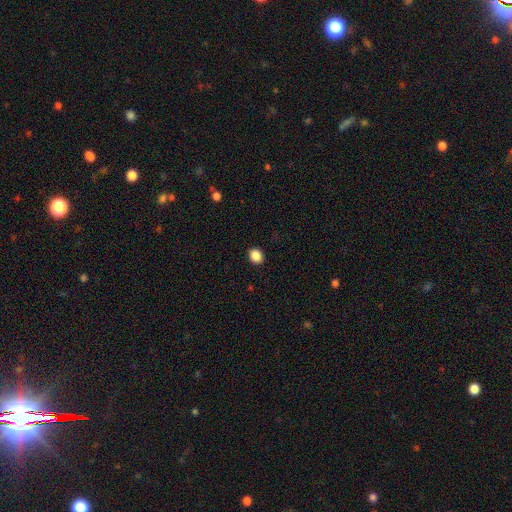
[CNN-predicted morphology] Q: Smooth or featured?
A: smooth (88%); runner-up: star or artifact (9%)
Q: How rounded?
A: round (53%); runner-up: in between (46%)
Q: Merging?
A: none (91%); runner-up: minor disturbance (6%)